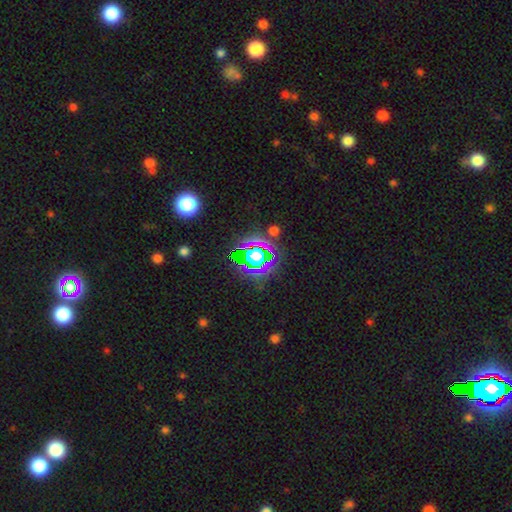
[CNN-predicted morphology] Smooth or featured: star or artifact — 62% (smooth — 22%)